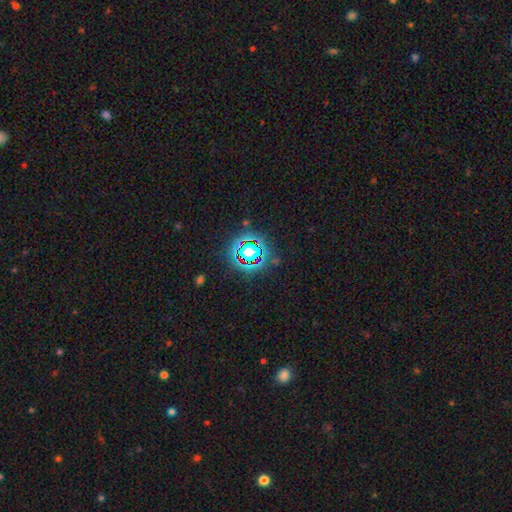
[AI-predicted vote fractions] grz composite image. It shows a star or artifact, not a galaxy (80%).